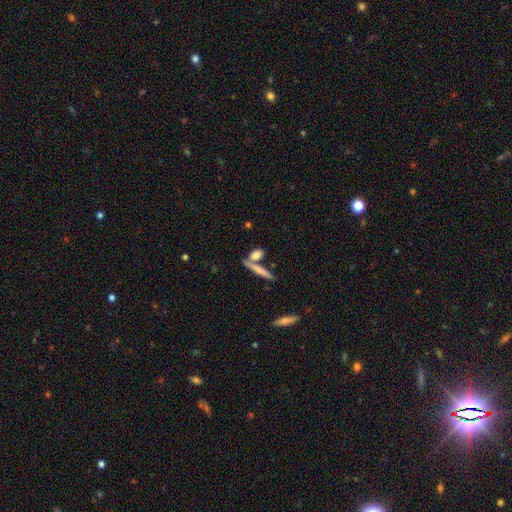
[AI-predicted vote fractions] Smooth or featured? Predicted: smooth (p=0.74). How rounded? Predicted: cigar-shaped (p=0.47). Merging? Predicted: none (p=0.59).